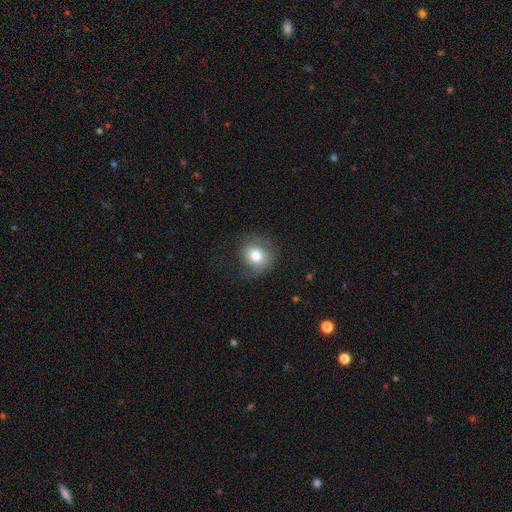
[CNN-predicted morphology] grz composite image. It shows a smooth galaxy with no disk features (73%) that is round (76%). Merging: none (60%).